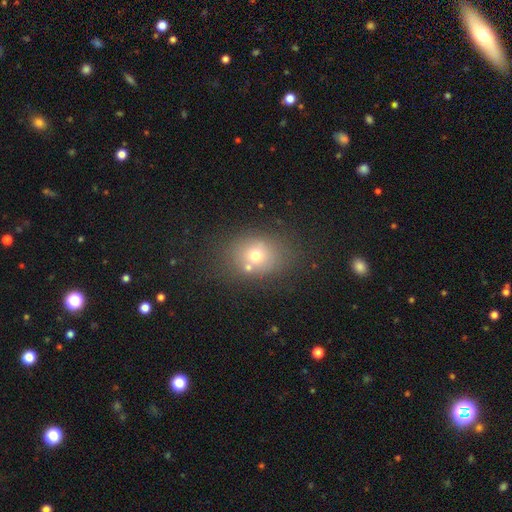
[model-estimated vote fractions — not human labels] Q: Smooth or featured?
A: smooth (66%); runner-up: featured or disk (19%)
Q: How rounded?
A: round (53%); runner-up: in between (46%)
Q: Merging?
A: none (66%); runner-up: merger (15%)